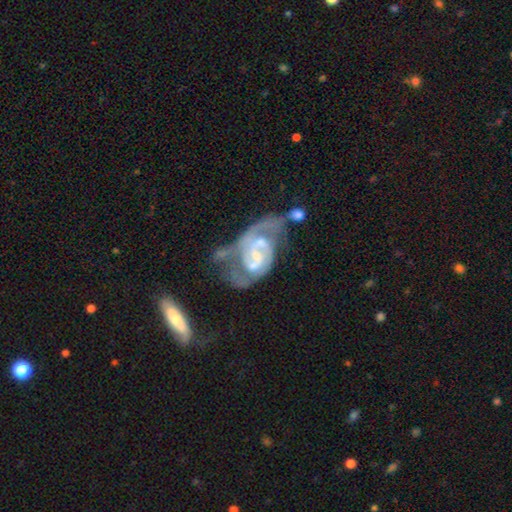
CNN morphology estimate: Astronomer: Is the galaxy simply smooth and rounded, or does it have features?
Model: featured or disk — 83%.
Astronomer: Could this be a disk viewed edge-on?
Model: no — 97%.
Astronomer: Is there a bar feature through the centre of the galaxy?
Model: no — 47% (runner-up: weak, 40%).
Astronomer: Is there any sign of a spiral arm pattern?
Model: yes — 86%.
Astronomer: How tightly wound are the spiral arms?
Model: medium — 42% (runner-up: tight, 37%).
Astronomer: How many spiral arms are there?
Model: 2 — 63%.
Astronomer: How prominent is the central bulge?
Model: small — 52% (runner-up: moderate, 33%).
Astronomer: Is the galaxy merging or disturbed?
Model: merger — 35% (runner-up: major disturbance, 29%).